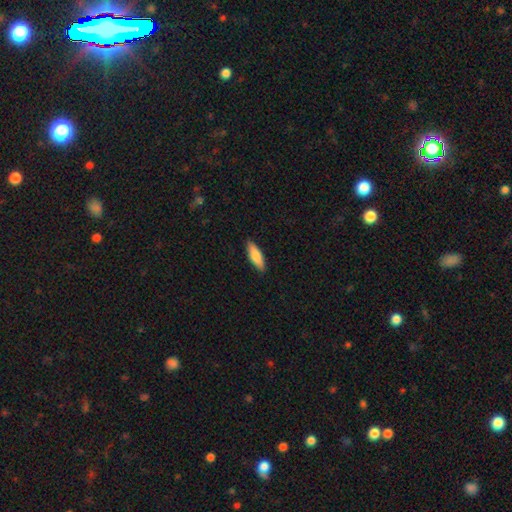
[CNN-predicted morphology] Smooth or featured?
  - smooth: 80% *
  - featured or disk: 15%
  - star or artifact: 5%
How rounded?
  - in between: 53% *
  - cigar-shaped: 45%
  - round: 2%
Merging?
  - none: 89% *
  - minor disturbance: 8%
  - major disturbance: 2%
  - merger: 1%